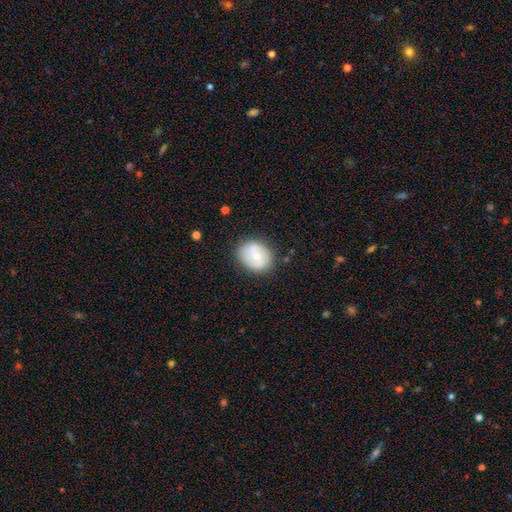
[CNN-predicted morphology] A smooth galaxy with no disk features (57%) that is round (59%). Merging: none (77%).